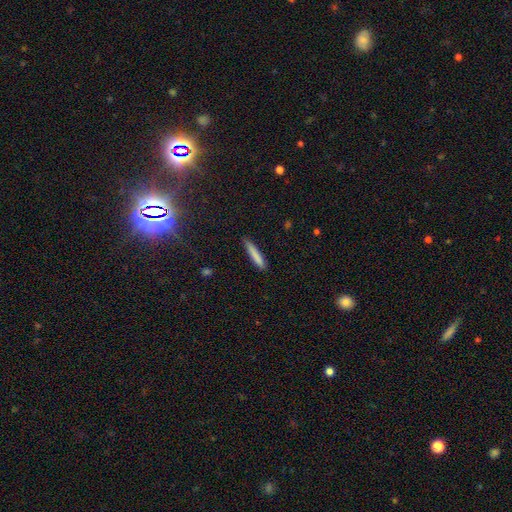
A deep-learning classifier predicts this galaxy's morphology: Q: Smooth or featured?
A: smooth (82%); runner-up: featured or disk (11%)
Q: How rounded?
A: cigar-shaped (93%); runner-up: in between (6%)
Q: Merging?
A: none (83%); runner-up: minor disturbance (13%)